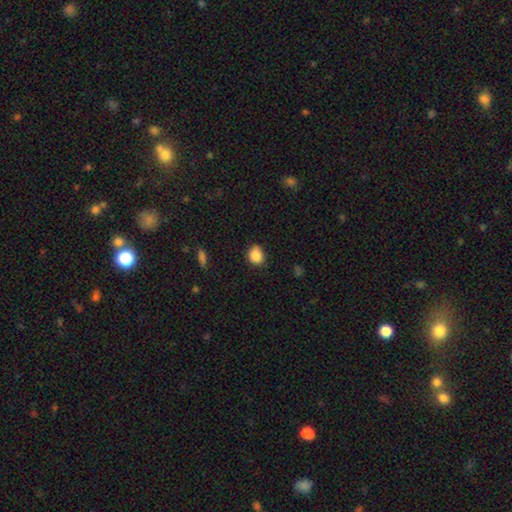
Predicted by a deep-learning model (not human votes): A smooth galaxy with no disk features (87%) that is round (64%).

Vote fractions:
- Smooth or featured? smooth: 87% / star or artifact: 9% / featured or disk: 4%
- How rounded? round: 64% / in between: 35% / cigar-shaped: 1%
- Merging? none: 73% / minor disturbance: 22% / major disturbance: 4% / merger: 2%